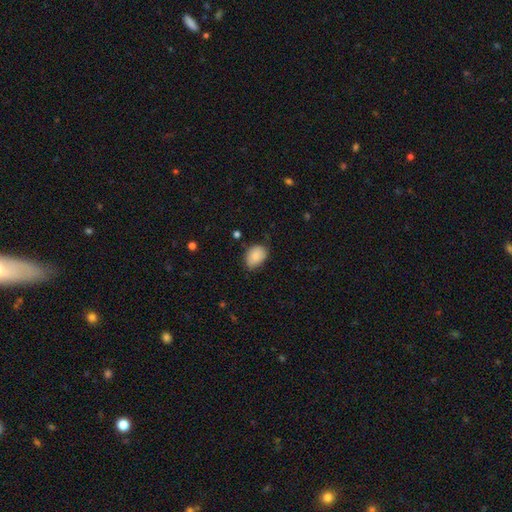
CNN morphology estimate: A smooth galaxy with no disk features (86%) that is in between round and cigar-shaped (75%).

Vote fractions:
- Smooth or featured? smooth: 86% / star or artifact: 7% / featured or disk: 7%
- How rounded? in between: 75% / round: 24% / cigar-shaped: 1%
- Merging? none: 68% / minor disturbance: 26% / major disturbance: 4% / merger: 2%